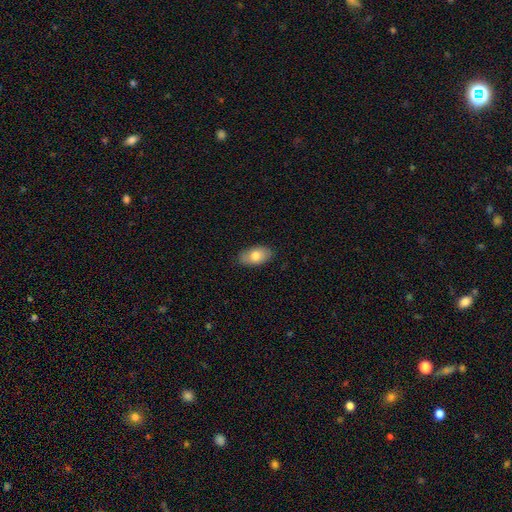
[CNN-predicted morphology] smooth 78%, featured or disk 15%, star or artifact 6%. Down the decision tree: how rounded — in between (93%); merging — none (85%).